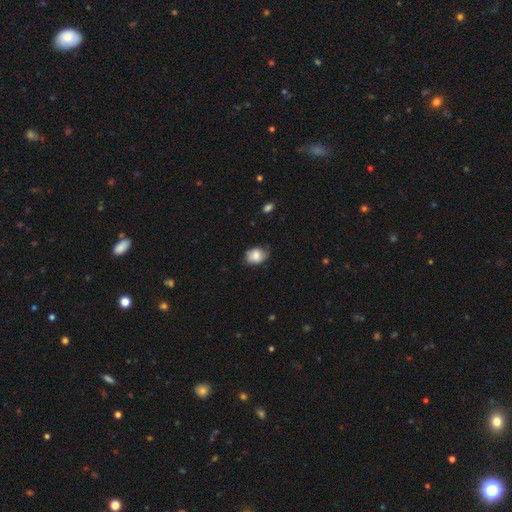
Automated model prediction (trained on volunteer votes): Smooth or featured? Predicted: smooth (p=0.80). How rounded? Predicted: in between (p=0.67). Merging? Predicted: none (p=0.62).